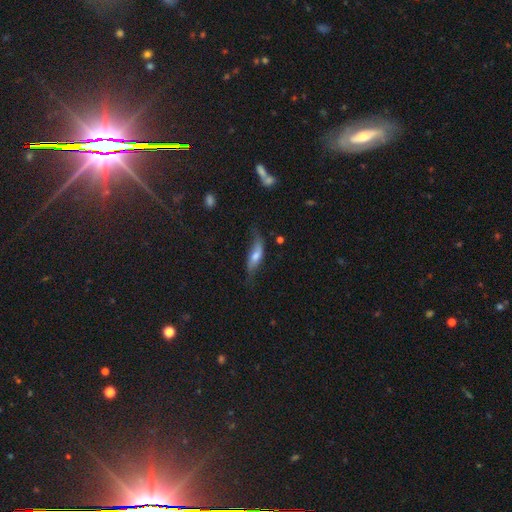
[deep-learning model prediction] Q: Smooth or featured?
A: featured or disk (47%); runner-up: smooth (45%)
Q: Merging?
A: none (52%); runner-up: minor disturbance (30%)